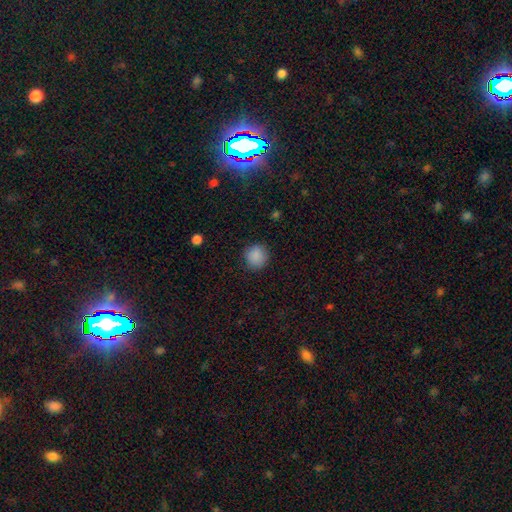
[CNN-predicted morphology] smooth 88%, star or artifact 9%, featured or disk 3%. Down the decision tree: how rounded — round (91%); merging — none (88%).